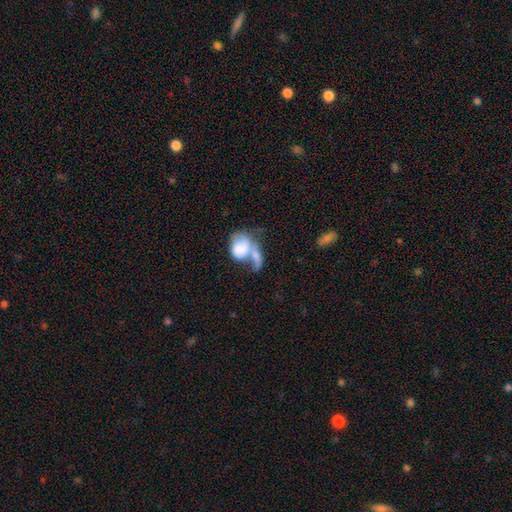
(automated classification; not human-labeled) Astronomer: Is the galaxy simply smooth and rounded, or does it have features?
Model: smooth — 70%.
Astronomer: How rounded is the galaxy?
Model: in between — 67%.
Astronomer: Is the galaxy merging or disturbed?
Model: merger — 65%.